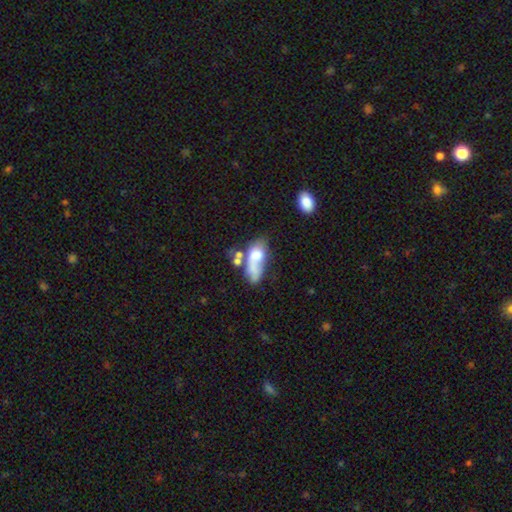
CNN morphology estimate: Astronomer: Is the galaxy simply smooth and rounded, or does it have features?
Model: smooth — 60%.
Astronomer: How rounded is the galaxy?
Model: in between — 80%.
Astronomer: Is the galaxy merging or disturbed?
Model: merger — 38% (runner-up: major disturbance, 23%).